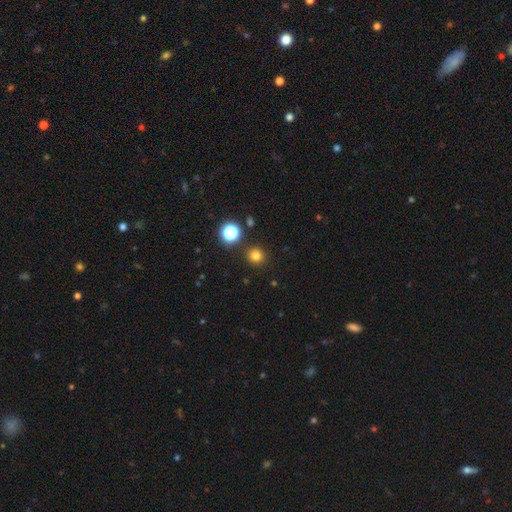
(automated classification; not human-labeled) smooth_or_featured: smooth (p=0.78) [alt: star or artifact p=0.17]
how_rounded: round (p=0.93) [alt: in between p=0.06]
merging: none (p=0.90) [alt: minor disturbance p=0.05]